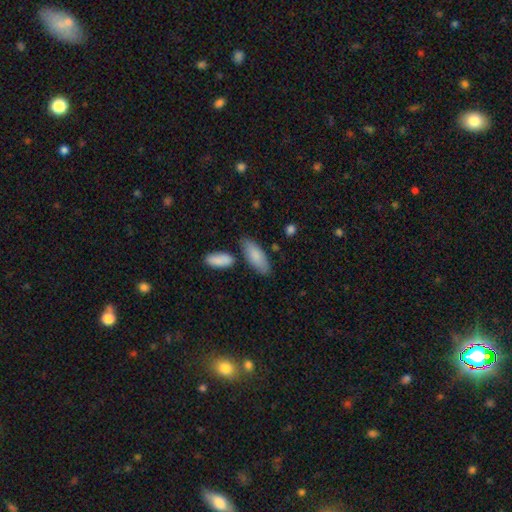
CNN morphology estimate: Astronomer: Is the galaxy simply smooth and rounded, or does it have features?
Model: smooth — 84%.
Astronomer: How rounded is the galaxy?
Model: in between — 79%.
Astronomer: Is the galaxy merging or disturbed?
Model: none — 73%.